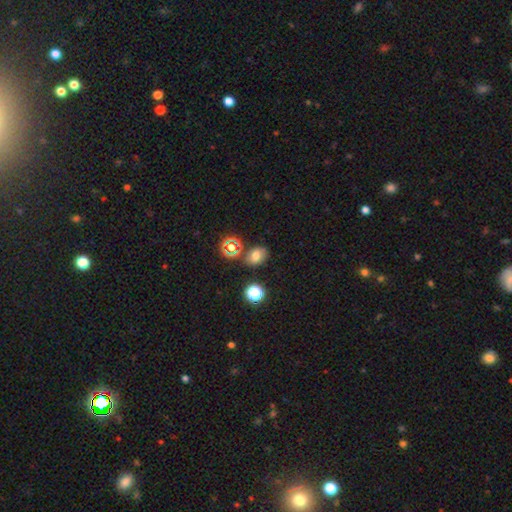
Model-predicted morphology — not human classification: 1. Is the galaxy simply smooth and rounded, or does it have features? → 66% smooth, 22% star or artifact, 12% featured or disk.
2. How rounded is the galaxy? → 64% in between, 35% round, 1% cigar-shaped.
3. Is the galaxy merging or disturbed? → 75% none, 13% minor disturbance, 8% merger, 4% major disturbance.